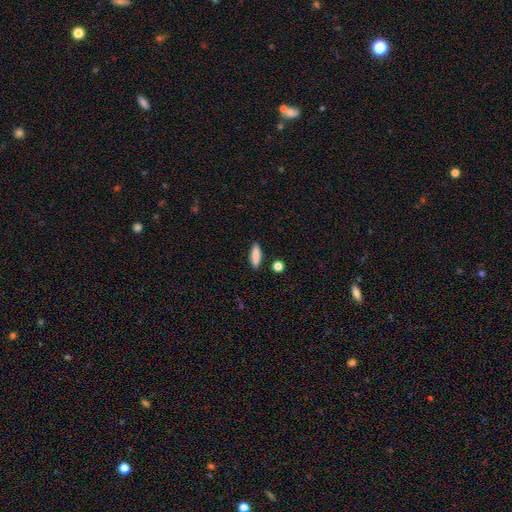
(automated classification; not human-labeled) smooth_or_featured: smooth (p=0.85) [alt: featured or disk p=0.08]
how_rounded: cigar-shaped (p=0.60) [alt: in between p=0.37]
merging: none (p=0.87) [alt: minor disturbance p=0.08]